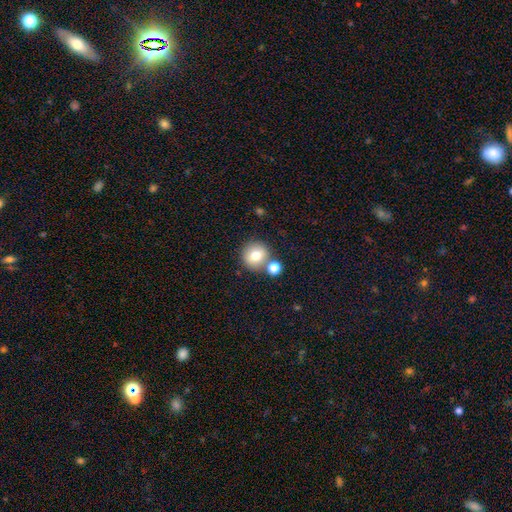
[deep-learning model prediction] Morphology: type=smooth (75%); roundness=round (92%); merging=none (71%).